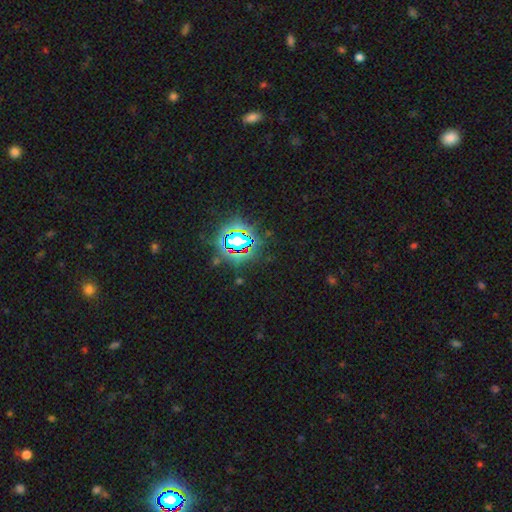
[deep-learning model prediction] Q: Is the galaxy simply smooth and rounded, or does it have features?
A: star or artifact — 79%.